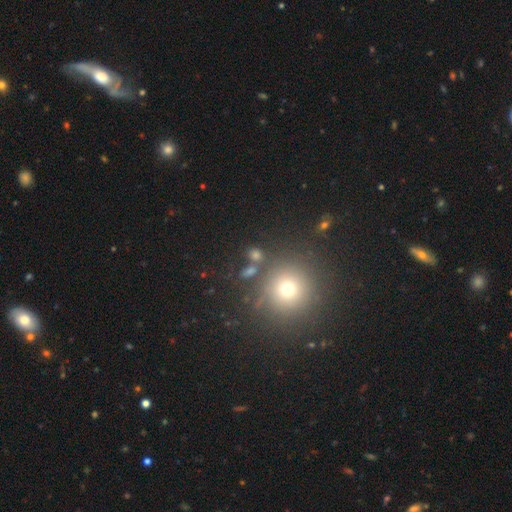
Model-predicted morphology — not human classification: type=smooth (58%); roundness=round (74%); merging=none (72%).